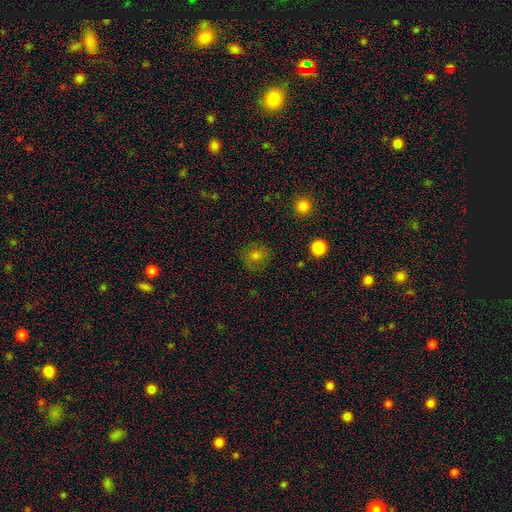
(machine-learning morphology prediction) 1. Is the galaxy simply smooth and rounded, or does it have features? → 66% smooth, 19% star or artifact, 14% featured or disk.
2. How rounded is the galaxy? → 83% round, 16% in between, 1% cigar-shaped.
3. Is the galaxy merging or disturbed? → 81% none, 13% minor disturbance, 5% major disturbance, 1% merger.